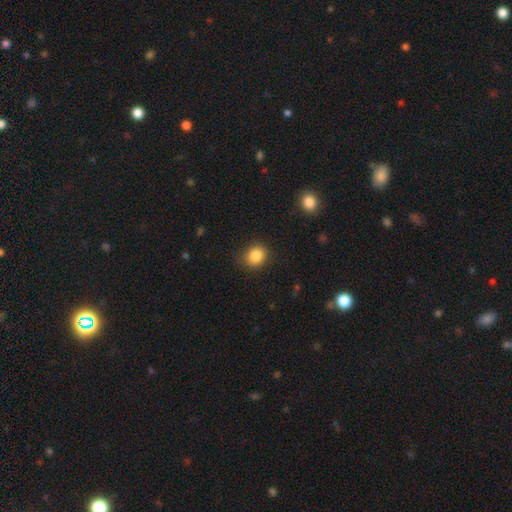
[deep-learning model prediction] Q: Smooth or featured?
A: smooth (85%); runner-up: star or artifact (10%)
Q: How rounded?
A: round (72%); runner-up: in between (27%)
Q: Merging?
A: none (84%); runner-up: minor disturbance (12%)